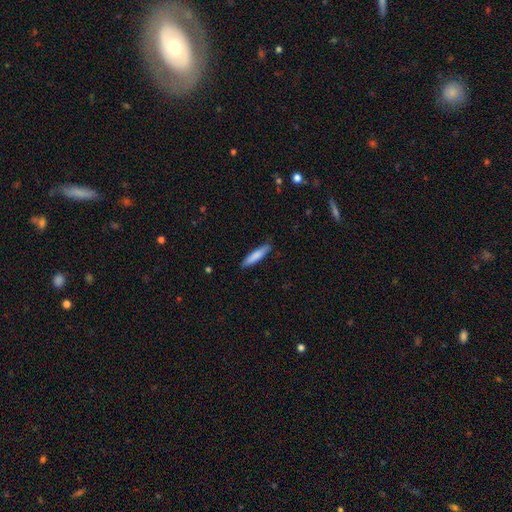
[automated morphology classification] This is likely a smooth galaxy (78%). How rounded: clearly cigar-shaped (84%). Merging: clearly none (85%).